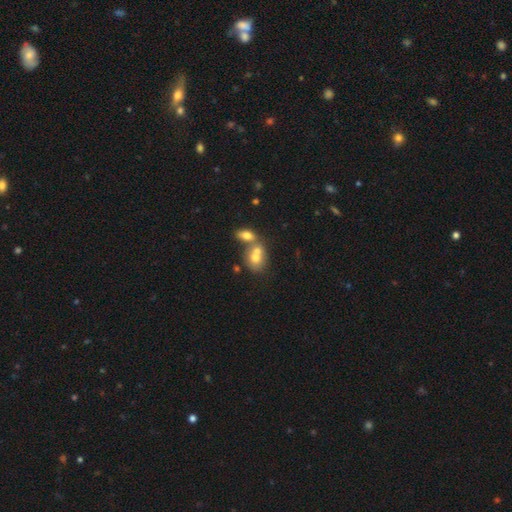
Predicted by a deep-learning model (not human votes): smooth 66%, featured or disk 22%, star or artifact 12%. Down the decision tree: how rounded — in between (60%); merging — merger (67%).